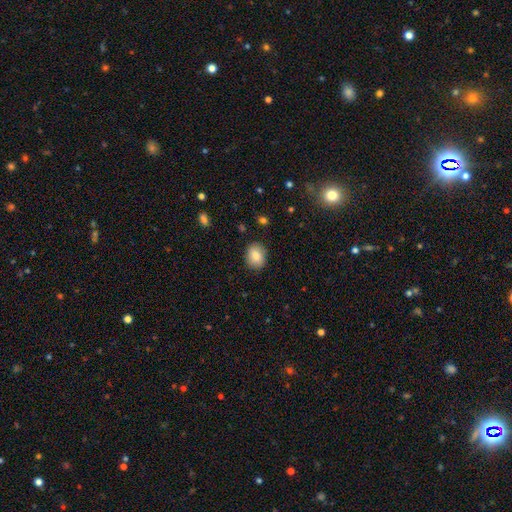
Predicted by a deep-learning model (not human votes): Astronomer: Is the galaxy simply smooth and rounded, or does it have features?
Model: smooth — 83%.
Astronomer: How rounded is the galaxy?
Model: in between — 53% (runner-up: round, 46%).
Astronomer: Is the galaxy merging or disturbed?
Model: none — 86%.